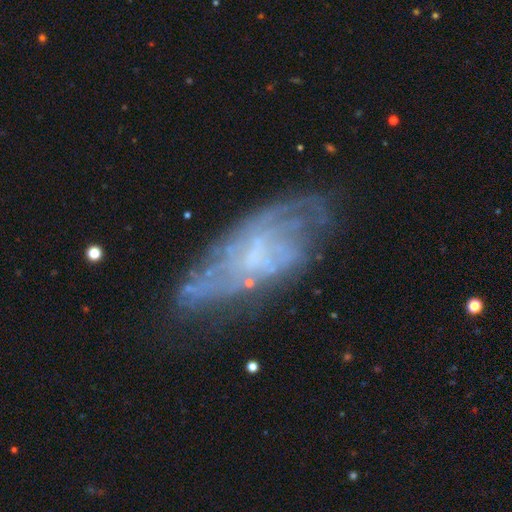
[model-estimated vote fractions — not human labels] featured or disk 68%, smooth 22%, star or artifact 10%. Down the decision tree: edge-on disk — no (88%); bar — no (69%); spiral arms — yes (58%); bulge size — none (58%); merging — none (52%).